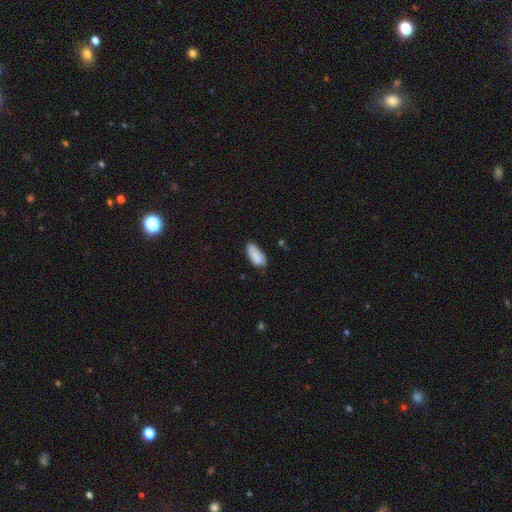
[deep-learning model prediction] Smooth or featured? smooth (82%)
How rounded? in between (88%)
Merging? none (60%)